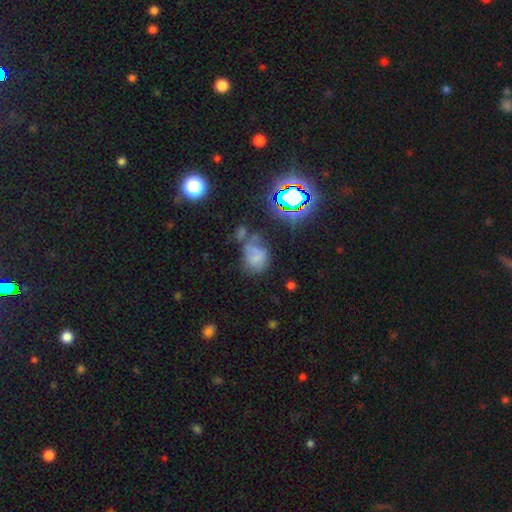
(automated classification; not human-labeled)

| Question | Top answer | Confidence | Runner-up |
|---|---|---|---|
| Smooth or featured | smooth | 51% | star or artifact (25%) |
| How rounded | in between | 57% | round (42%) |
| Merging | none | 31% | minor disturbance (24%) |